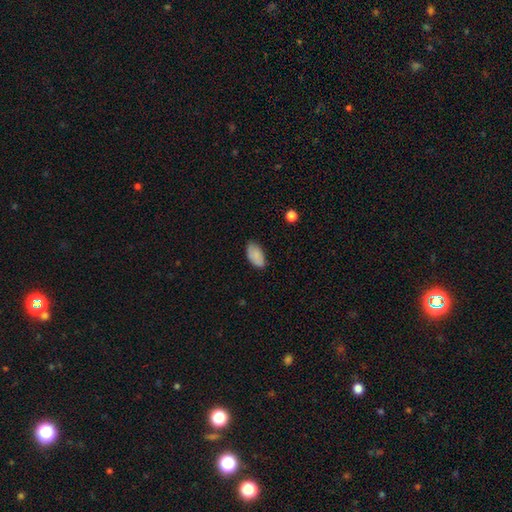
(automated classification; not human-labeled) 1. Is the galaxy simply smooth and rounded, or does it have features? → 86% smooth, 7% star or artifact, 7% featured or disk.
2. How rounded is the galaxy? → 94% in between, 3% round, 3% cigar-shaped.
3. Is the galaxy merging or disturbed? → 77% none, 19% minor disturbance, 3% major disturbance, 1% merger.